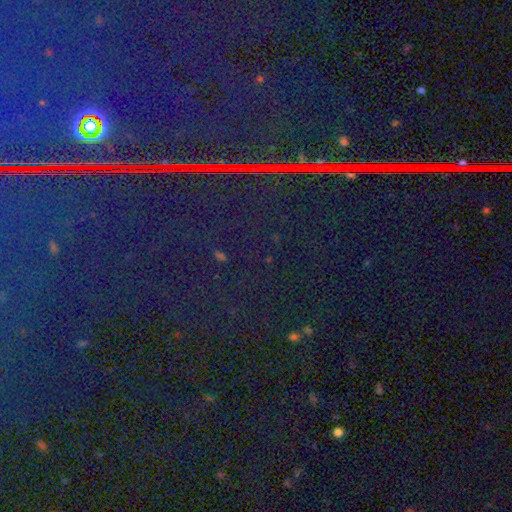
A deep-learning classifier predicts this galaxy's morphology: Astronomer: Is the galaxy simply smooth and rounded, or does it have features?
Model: star or artifact — 87%.